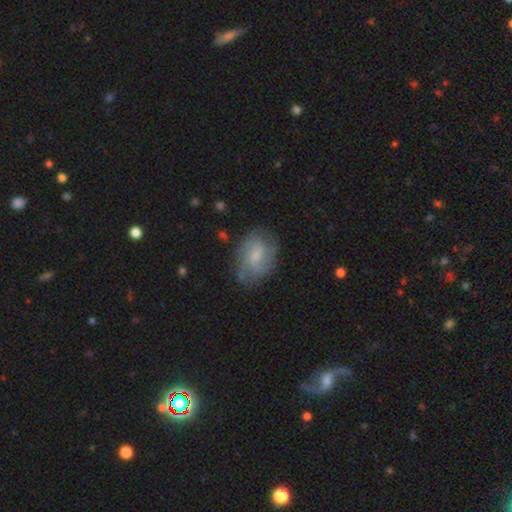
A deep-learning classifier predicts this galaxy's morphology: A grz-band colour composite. It shows a featured or disk galaxy (63%) with a weak bar (48%), 2 (42%) medium (46%) spiral arms (88%) and a small central bulge (50%). Merging: none (70%).